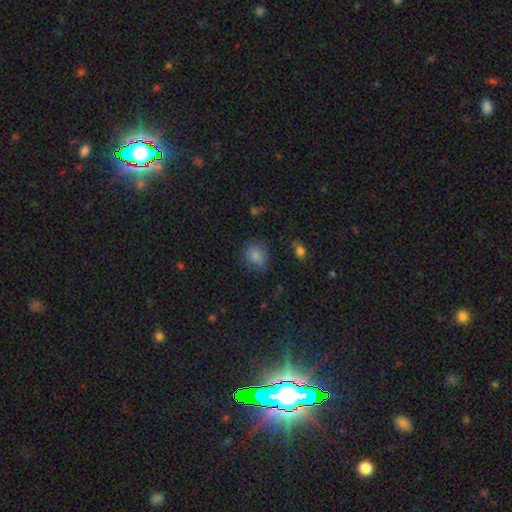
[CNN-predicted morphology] Smooth or featured?
  - smooth: 83% *
  - star or artifact: 11%
  - featured or disk: 7%
How rounded?
  - round: 70% *
  - in between: 29%
  - cigar-shaped: 1%
Merging?
  - none: 73% *
  - minor disturbance: 19%
  - major disturbance: 6%
  - merger: 2%